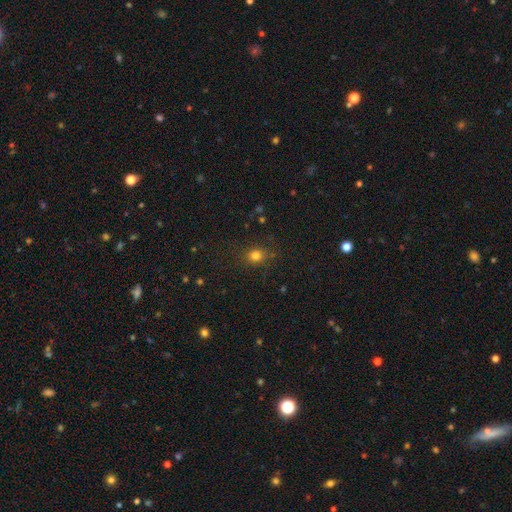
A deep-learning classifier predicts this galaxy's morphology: This is likely a smooth galaxy (79%). How rounded: likely round (75%). Merging: clearly none (84%).